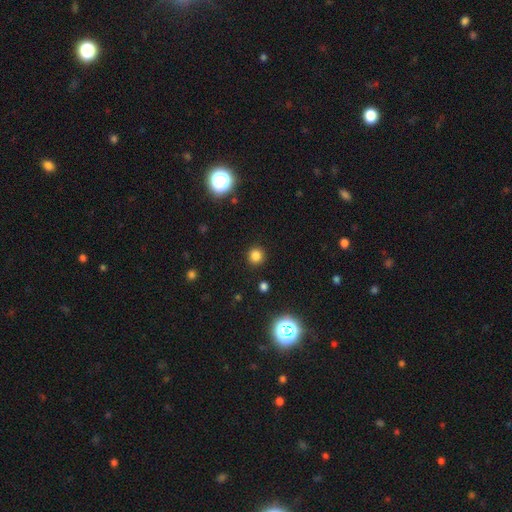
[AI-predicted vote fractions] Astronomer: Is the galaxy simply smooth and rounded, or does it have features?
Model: smooth — 81%.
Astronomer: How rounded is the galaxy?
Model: round — 93%.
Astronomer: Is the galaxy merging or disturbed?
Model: none — 91%.